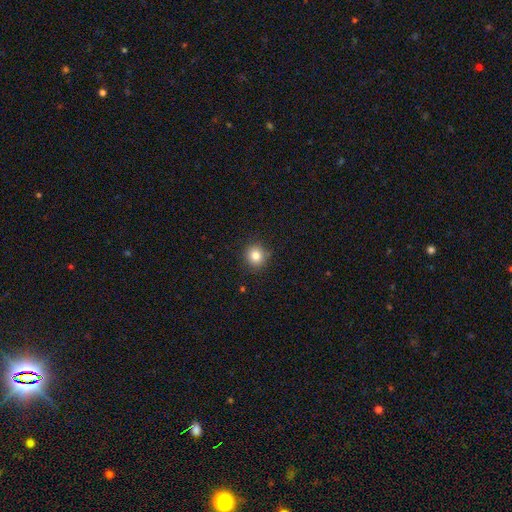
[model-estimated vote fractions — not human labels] This appears to be a smooth galaxy with no disk features (83%) that is round (89%). Merging: none (87%).